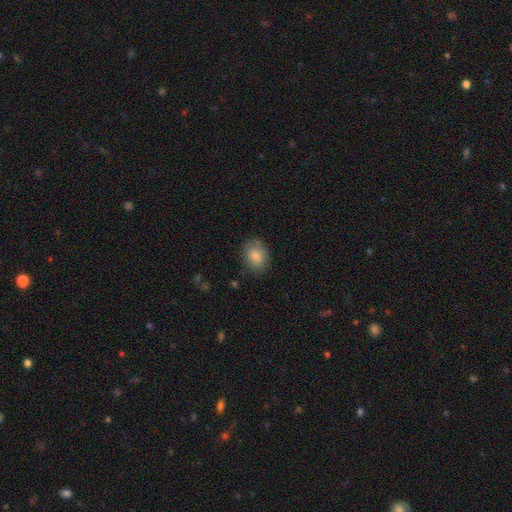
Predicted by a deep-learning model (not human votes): Q: Smooth or featured?
A: smooth (84%); runner-up: featured or disk (9%)
Q: How rounded?
A: in between (58%); runner-up: round (41%)
Q: Merging?
A: none (82%); runner-up: minor disturbance (14%)